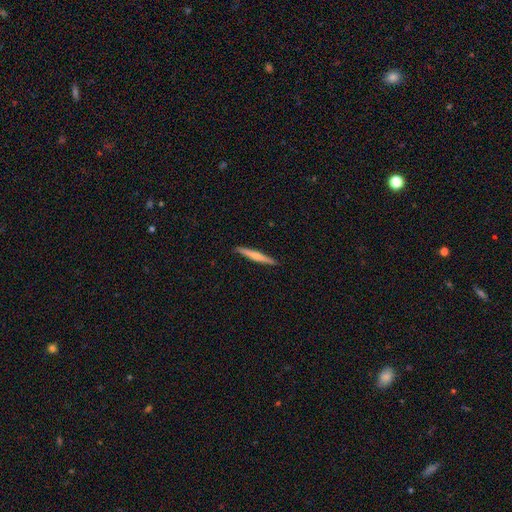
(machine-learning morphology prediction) Q: Smooth or featured?
A: smooth (58%); runner-up: featured or disk (37%)
Q: How rounded?
A: cigar-shaped (96%); runner-up: in between (3%)
Q: Merging?
A: none (91%); runner-up: minor disturbance (6%)